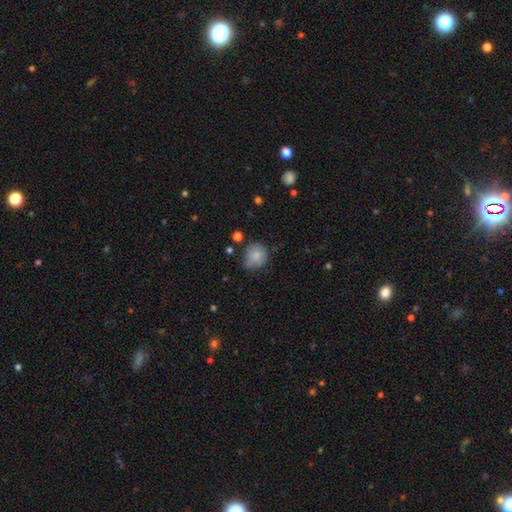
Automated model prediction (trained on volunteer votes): A smooth galaxy with no disk features (83%) that is round (85%).

Vote fractions:
- Smooth or featured? smooth: 83% / star or artifact: 9% / featured or disk: 8%
- How rounded? round: 85% / in between: 14% / cigar-shaped: 1%
- Merging? none: 62% / minor disturbance: 27% / major disturbance: 6% / merger: 5%